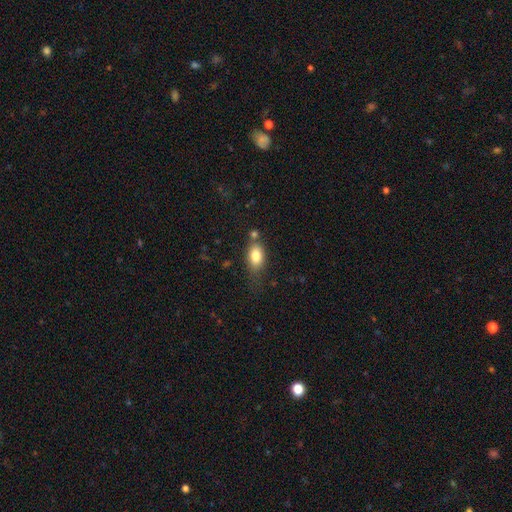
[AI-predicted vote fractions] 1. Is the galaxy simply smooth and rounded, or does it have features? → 81% smooth, 11% featured or disk, 8% star or artifact.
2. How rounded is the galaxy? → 85% in between, 12% round, 4% cigar-shaped.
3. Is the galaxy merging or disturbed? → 58% none, 22% minor disturbance, 13% merger, 7% major disturbance.